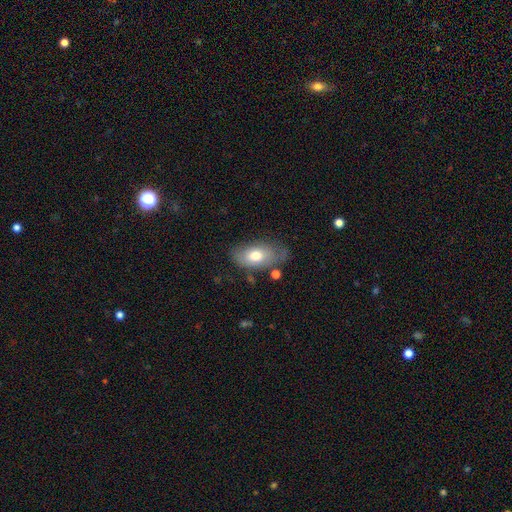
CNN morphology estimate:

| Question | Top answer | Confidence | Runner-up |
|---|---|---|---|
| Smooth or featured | smooth | 69% | featured or disk (24%) |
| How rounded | in between | 91% | round (6%) |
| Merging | none | 58% | minor disturbance (27%) |